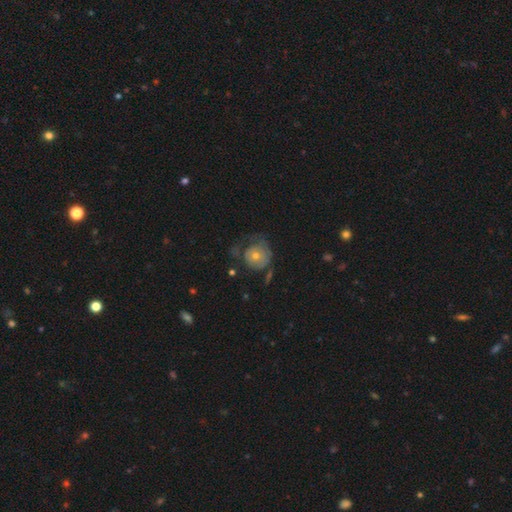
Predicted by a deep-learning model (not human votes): Smooth or featured?
  - smooth: 53% *
  - featured or disk: 39%
  - star or artifact: 8%
How rounded?
  - round: 86% *
  - in between: 13%
  - cigar-shaped: 1%
Merging?
  - none: 36% *
  - major disturbance: 33%
  - minor disturbance: 25%
  - merger: 5%